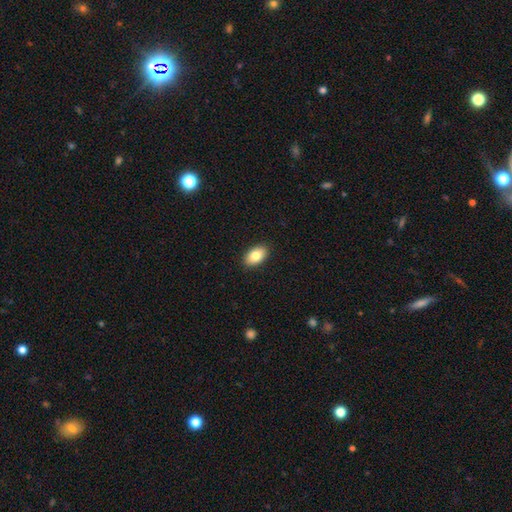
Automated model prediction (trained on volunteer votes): A smooth galaxy with no disk features (82%) that is in between round and cigar-shaped (92%). Merging: none (90%).